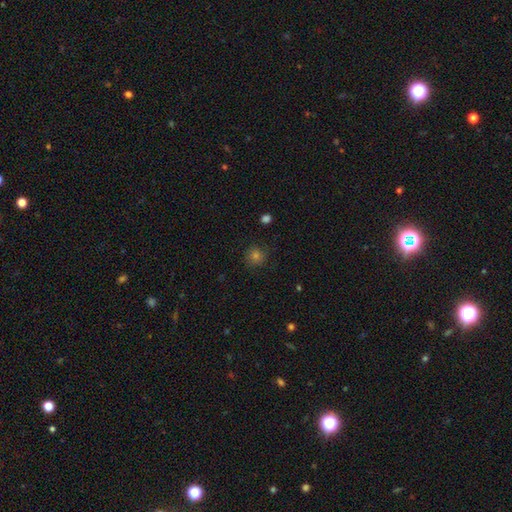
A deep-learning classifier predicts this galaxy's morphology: A smooth galaxy with no disk features (69%) that is round (93%).

Vote fractions:
- Smooth or featured? smooth: 69% / star or artifact: 21% / featured or disk: 10%
- How rounded? round: 93% / in between: 6% / cigar-shaped: 1%
- Merging? none: 86% / minor disturbance: 9% / major disturbance: 3% / merger: 1%